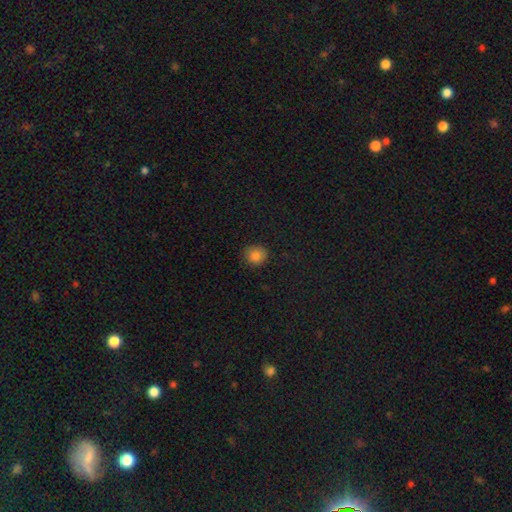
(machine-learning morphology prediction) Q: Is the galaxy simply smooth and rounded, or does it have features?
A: smooth — 82%.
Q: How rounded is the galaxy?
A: round — 85%.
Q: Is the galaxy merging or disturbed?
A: none — 85%.